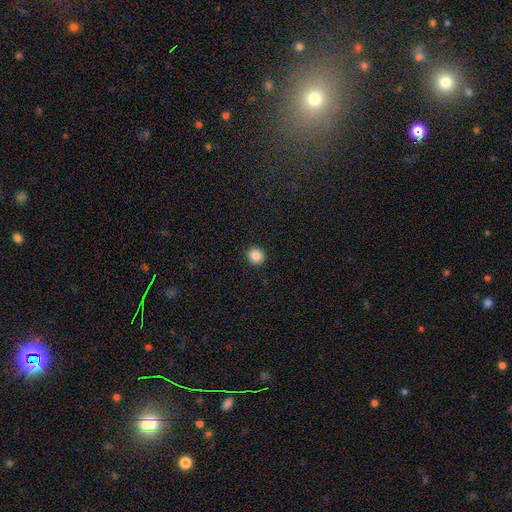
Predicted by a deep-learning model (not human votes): Morphology: type=smooth (87%); roundness=round (92%); merging=none (93%).